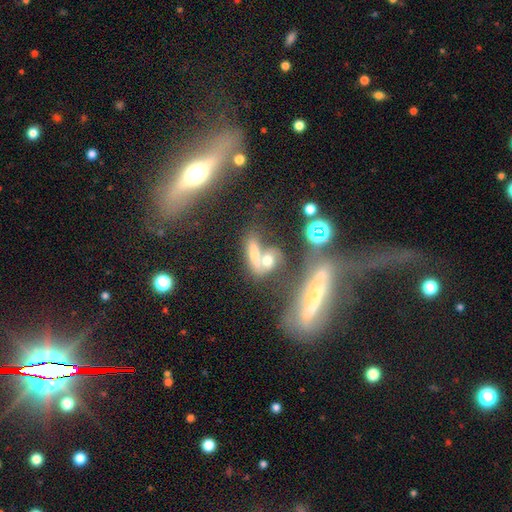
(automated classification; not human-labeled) The model was most divided on "merging": merger: 45%, none: 32%, minor disturbance: 12%, major disturbance: 11%. Remaining: smooth or featured — smooth (46%).